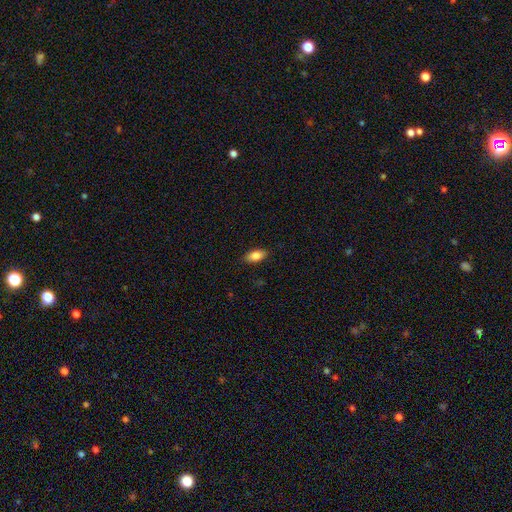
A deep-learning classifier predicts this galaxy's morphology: Smooth or featured: smooth — 84% (featured or disk — 8%)
How rounded: in between — 90% (cigar-shaped — 7%)
Merging: none — 87% (minor disturbance — 10%)